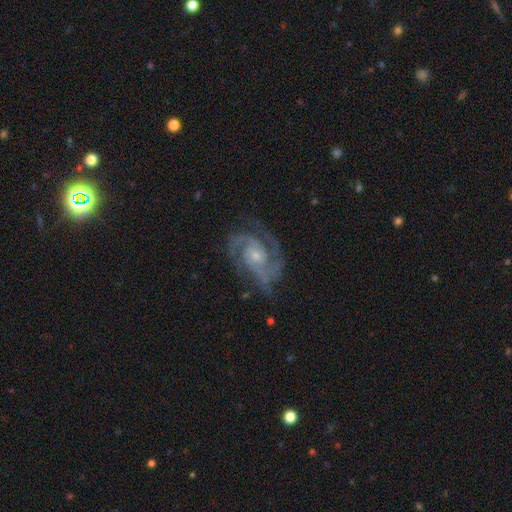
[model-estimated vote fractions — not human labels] A featured or disk galaxy (91%) with no bar (59%), 2 (64%) medium (49%) spiral arms (98%) and a small central bulge (58%).

Vote fractions:
- Smooth or featured? featured or disk: 91% / star or artifact: 5% / smooth: 4%
- Edge-on disk? no: 98% / yes: 2%
- Bar? no: 59% / weak: 33% / strong: 8%
- Spiral arms? yes: 98% / no: 2%
- Spiral winding? medium: 49% / tight: 42% / loose: 8%
- Spiral arm count? 2: 64% / 3: 20% / can't tell: 6% / 4: 3% / 1: 3% / more than 4: 3%
- Bulge size? small: 58% / moderate: 36% / none: 3% / large: 2% / dominant: 1%
- Merging? none: 72% / minor disturbance: 18% / major disturbance: 8% / merger: 1%